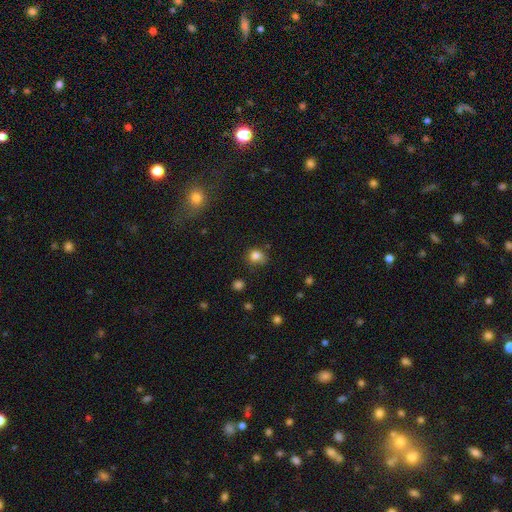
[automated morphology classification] A smooth galaxy with no disk features (82%) that is round (74%).

Vote fractions:
- Smooth or featured? smooth: 82% / star or artifact: 12% / featured or disk: 6%
- How rounded? round: 74% / in between: 25% / cigar-shaped: 1%
- Merging? none: 67% / minor disturbance: 24% / major disturbance: 6% / merger: 3%